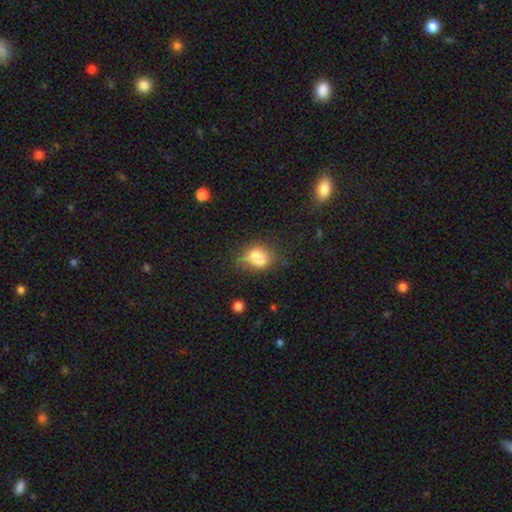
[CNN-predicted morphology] smooth-or-featured: smooth: 67% | featured or disk: 23% | star or artifact: 11%
  how-rounded: round: 51% | in between: 47% | cigar-shaped: 1%
  merging: merger: 56% | none: 28% | minor disturbance: 11% | major disturbance: 5%